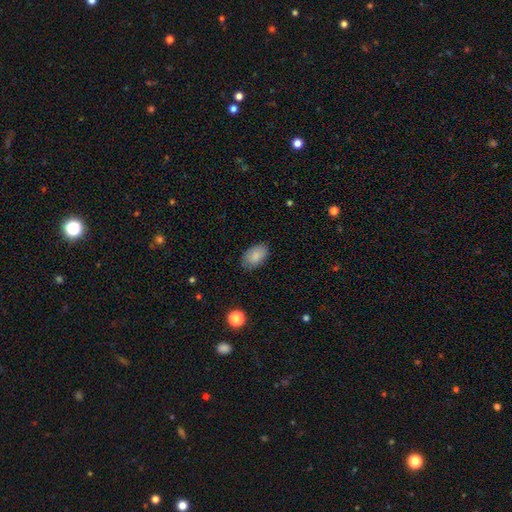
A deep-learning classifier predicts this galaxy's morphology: Overall: smooth (86%). How rounded: in between (92%). Merging: none (81%).